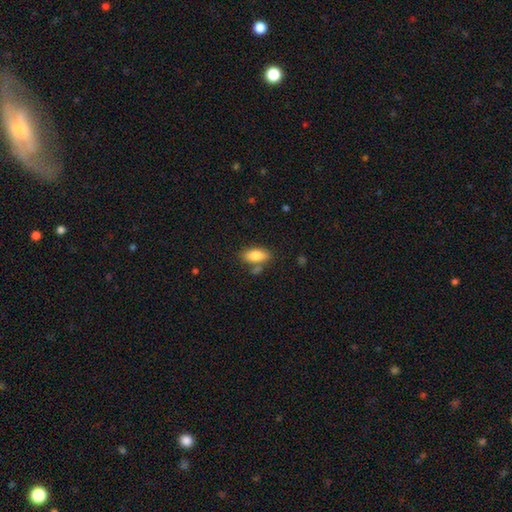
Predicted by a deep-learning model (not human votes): smooth_or_featured: smooth (p=0.82) [alt: featured or disk p=0.11]
how_rounded: in between (p=0.88) [alt: cigar-shaped p=0.09]
merging: none (p=0.69) [alt: minor disturbance p=0.14]